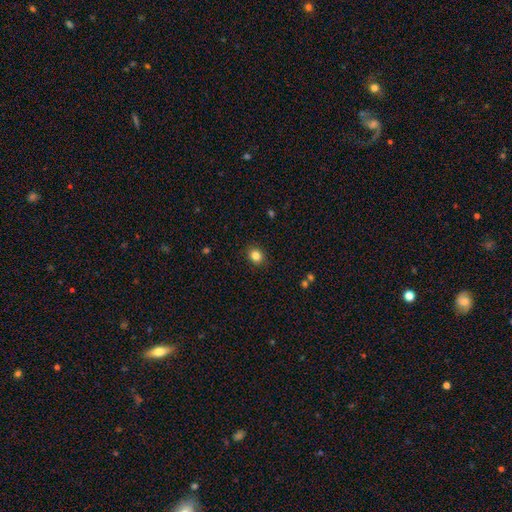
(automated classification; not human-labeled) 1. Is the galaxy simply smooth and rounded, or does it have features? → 84% smooth, 11% star or artifact, 5% featured or disk.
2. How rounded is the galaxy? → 70% round, 29% in between, 1% cigar-shaped.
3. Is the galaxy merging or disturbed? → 90% none, 7% minor disturbance, 2% major disturbance, 1% merger.